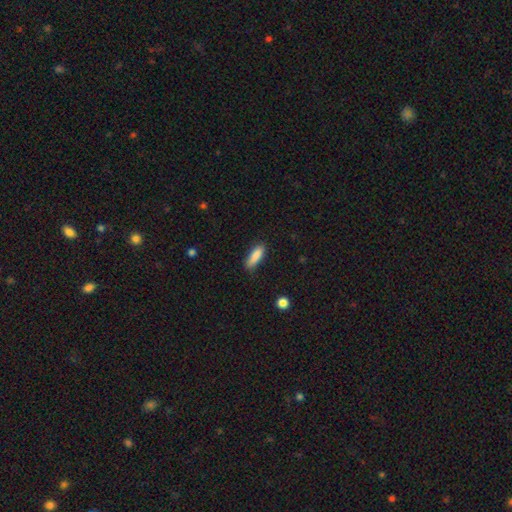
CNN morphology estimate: smooth 86%, featured or disk 7%, star or artifact 7%. Down the decision tree: how rounded — cigar-shaped (51%); merging — none (78%).